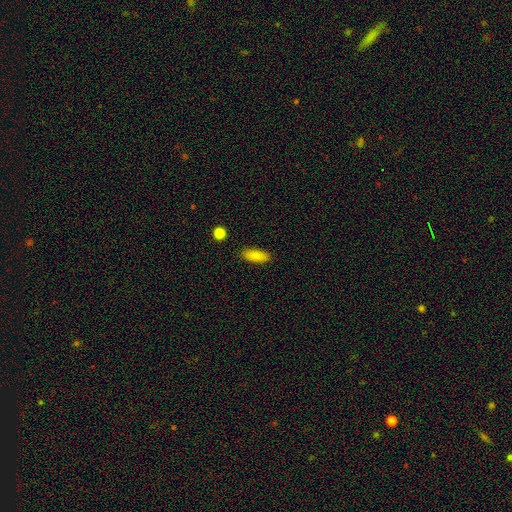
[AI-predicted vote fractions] Smooth or featured?
  - smooth: 86% *
  - star or artifact: 8%
  - featured or disk: 6%
How rounded?
  - in between: 74% *
  - cigar-shaped: 24%
  - round: 2%
Merging?
  - none: 88% *
  - minor disturbance: 8%
  - major disturbance: 2%
  - merger: 2%